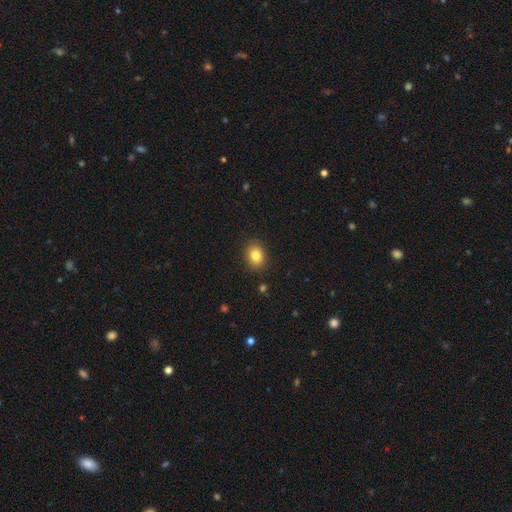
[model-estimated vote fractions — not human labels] Smooth or featured?
  - smooth: 82% *
  - star or artifact: 10%
  - featured or disk: 8%
How rounded?
  - round: 54% *
  - in between: 45%
  - cigar-shaped: 1%
Merging?
  - none: 89% *
  - minor disturbance: 8%
  - major disturbance: 2%
  - merger: 1%